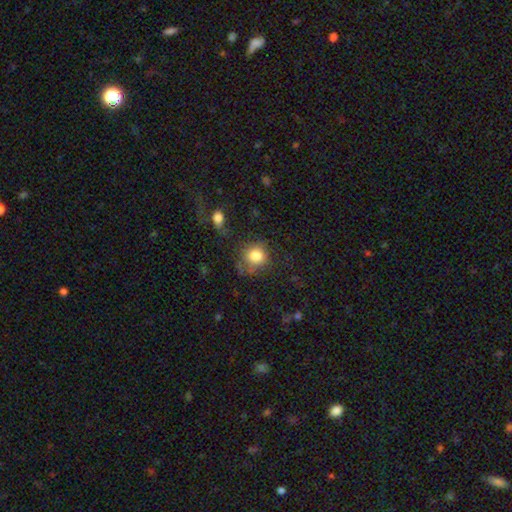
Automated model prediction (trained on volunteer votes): This appears to be a smooth galaxy with no disk features (81%) that is round (84%). Merging: none (66%).